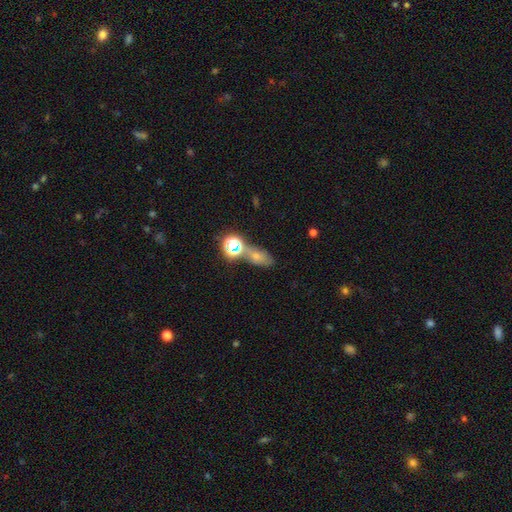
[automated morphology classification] The model was most divided on "merging": none: 47%, merger: 26%, minor disturbance: 17%, major disturbance: 10%. More confident: how rounded — in between (69%); smooth or featured — smooth (54%).